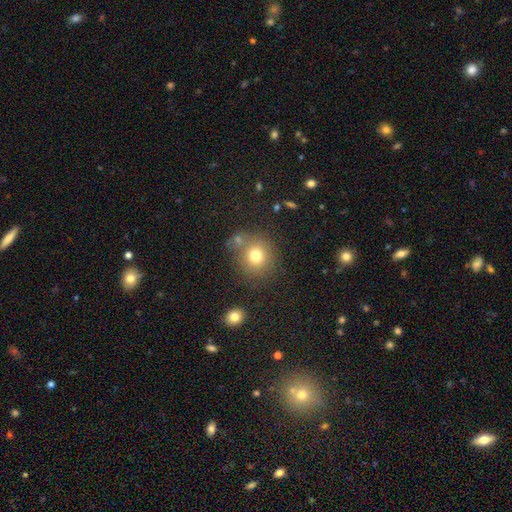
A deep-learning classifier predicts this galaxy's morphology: smooth-or-featured: smooth: 75% | star or artifact: 14% | featured or disk: 11%
  how-rounded: round: 87% | in between: 12% | cigar-shaped: 1%
  merging: none: 69% | merger: 15% | minor disturbance: 11% | major disturbance: 5%